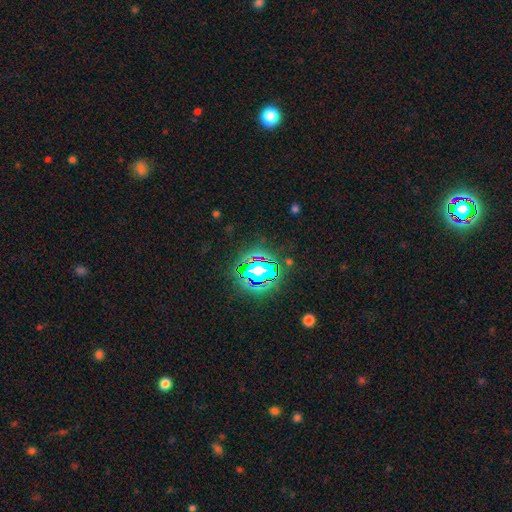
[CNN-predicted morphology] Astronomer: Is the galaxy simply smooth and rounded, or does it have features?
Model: star or artifact — 81%.